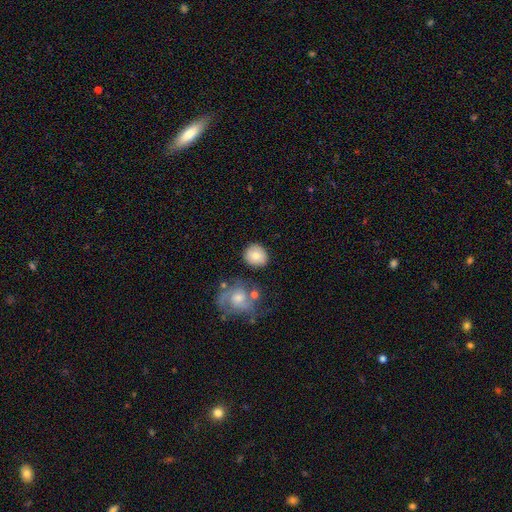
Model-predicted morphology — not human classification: This appears to be a smooth galaxy with no disk features (76%) that is round (82%). Merging: none (78%).